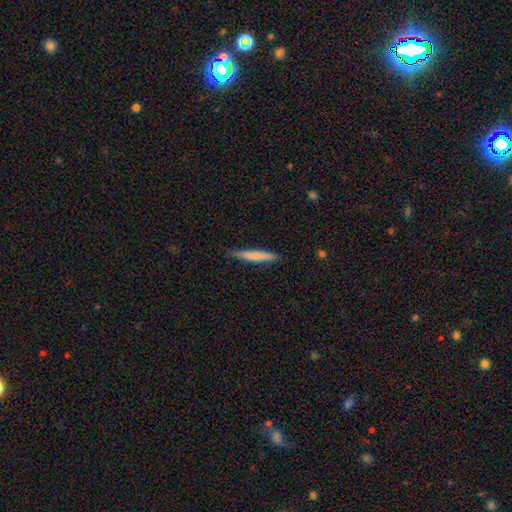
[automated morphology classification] Q: Smooth or featured?
A: smooth (69%); runner-up: featured or disk (26%)
Q: How rounded?
A: cigar-shaped (95%); runner-up: in between (3%)
Q: Merging?
A: none (86%); runner-up: minor disturbance (11%)